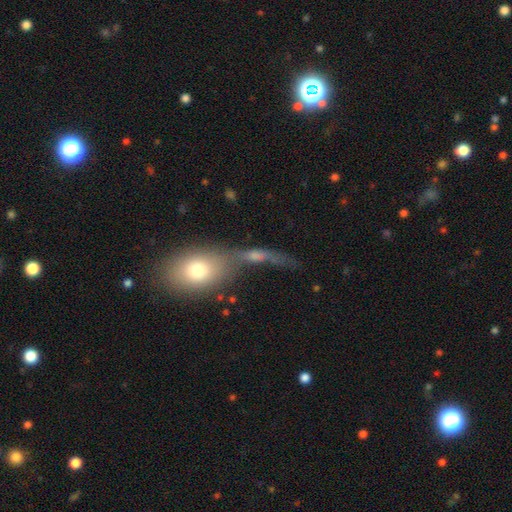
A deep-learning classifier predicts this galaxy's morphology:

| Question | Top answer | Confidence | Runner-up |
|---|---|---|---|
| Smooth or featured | smooth | 55% | featured or disk (27%) |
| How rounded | in between | 63% | round (24%) |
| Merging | none | 39% | merger (38%) |